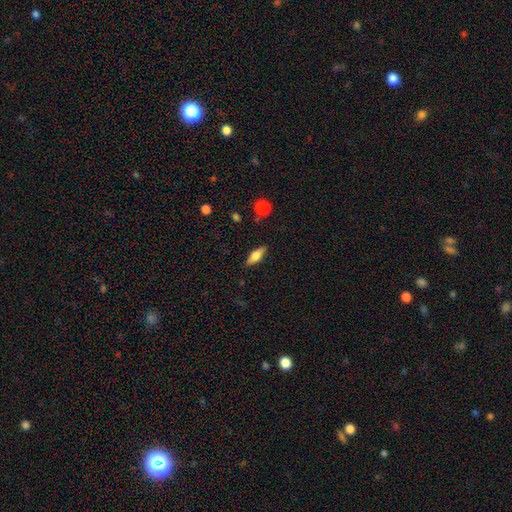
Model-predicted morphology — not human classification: Q: Smooth or featured?
A: smooth (54%); runner-up: featured or disk (39%)
Q: How rounded?
A: in between (62%); runner-up: cigar-shaped (34%)
Q: Merging?
A: none (85%); runner-up: minor disturbance (11%)